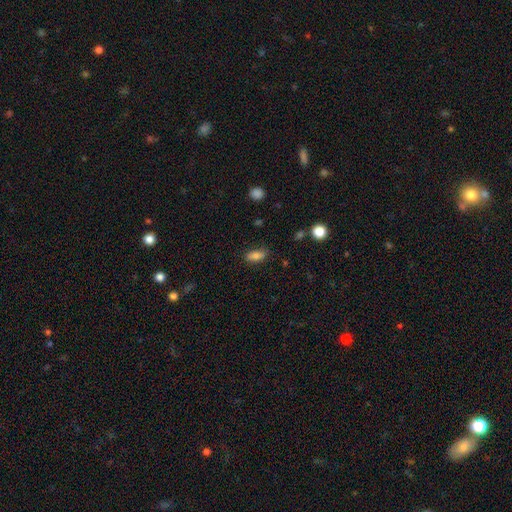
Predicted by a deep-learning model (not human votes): Morphology: type=smooth (83%); roundness=in between (84%); merging=none (78%).